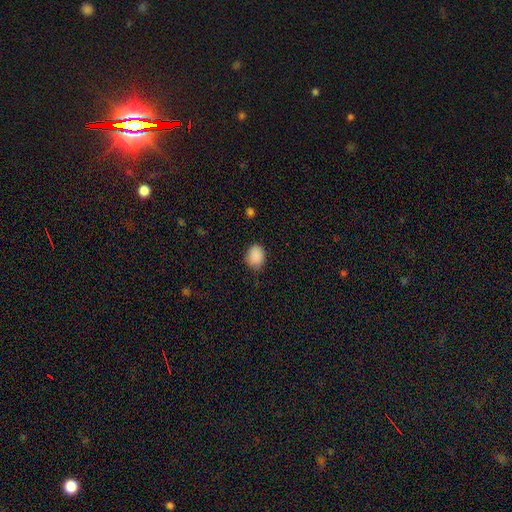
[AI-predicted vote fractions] Q: Smooth or featured?
A: smooth (89%); runner-up: star or artifact (9%)
Q: How rounded?
A: in between (53%); runner-up: round (46%)
Q: Merging?
A: none (84%); runner-up: minor disturbance (12%)